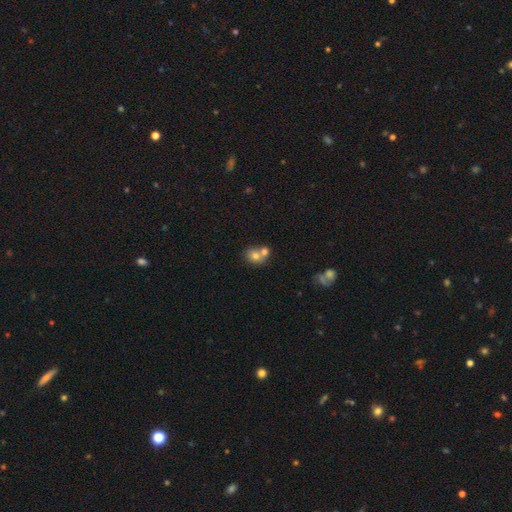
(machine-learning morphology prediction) Q: Smooth or featured?
A: smooth (73%); runner-up: featured or disk (16%)
Q: How rounded?
A: round (69%); runner-up: in between (30%)
Q: Merging?
A: merger (51%); runner-up: none (38%)